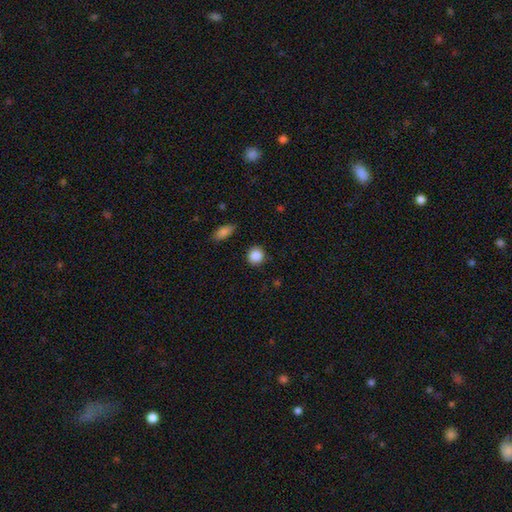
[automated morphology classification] smooth 88%, star or artifact 8%, featured or disk 4%. Down the decision tree: how rounded — round (88%); merging — none (88%).